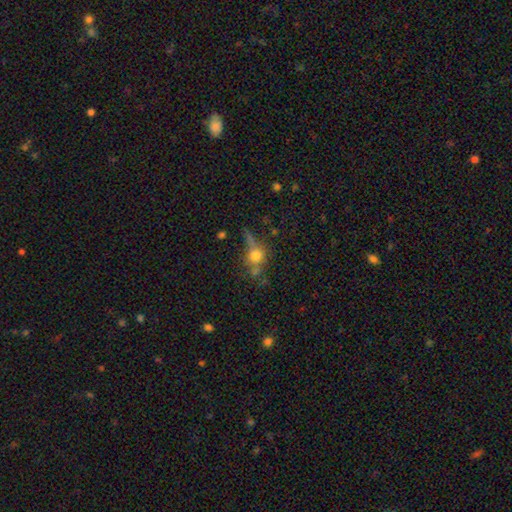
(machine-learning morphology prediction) Overall: smooth (61%; featured or disk 22%). How rounded: round (68%). Merging: none (51%; minor disturbance 19%).